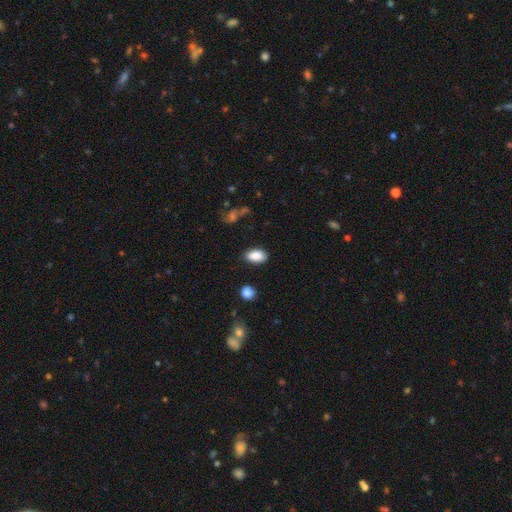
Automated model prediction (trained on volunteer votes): Smooth or featured?
  - smooth: 88% *
  - star or artifact: 8%
  - featured or disk: 5%
How rounded?
  - in between: 92% *
  - round: 5%
  - cigar-shaped: 2%
Merging?
  - none: 81% *
  - minor disturbance: 14%
  - major disturbance: 3%
  - merger: 2%